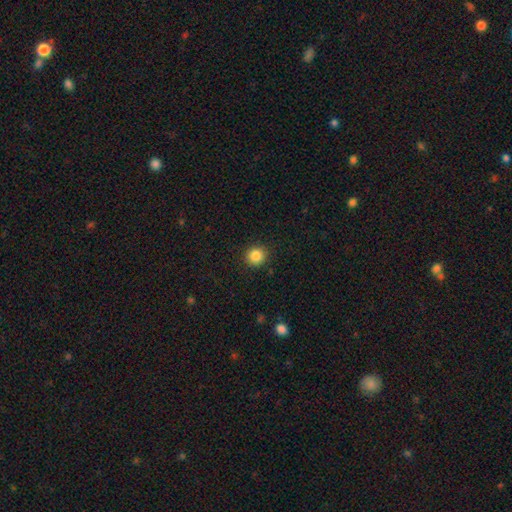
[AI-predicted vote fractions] The model was most divided on "smooth or featured": smooth: 85%, star or artifact: 11%, featured or disk: 4%. More confident: merging — none (91%); how rounded — round (91%).